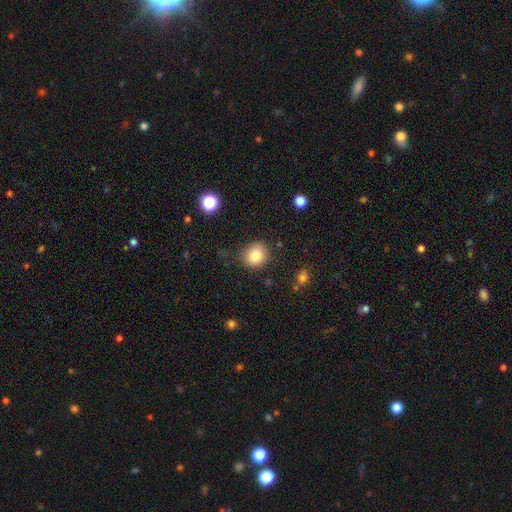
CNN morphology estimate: Smooth or featured: smooth — 81% (star or artifact — 10%)
How rounded: round — 78% (in between — 21%)
Merging: none — 84% (minor disturbance — 12%)